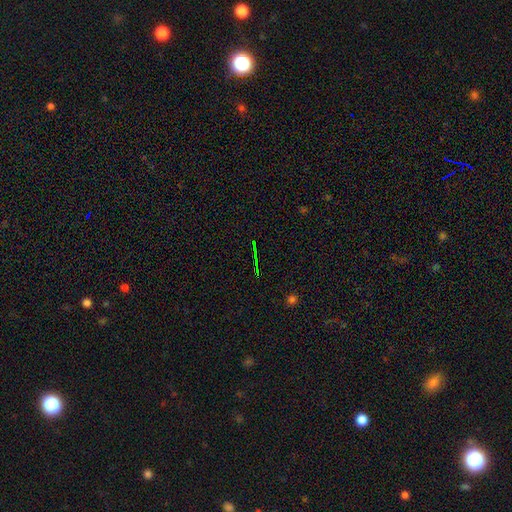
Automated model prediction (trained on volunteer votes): A star or artifact, not a galaxy (72%).

Vote fractions:
- Smooth or featured? star or artifact: 72% / featured or disk: 15% / smooth: 13%